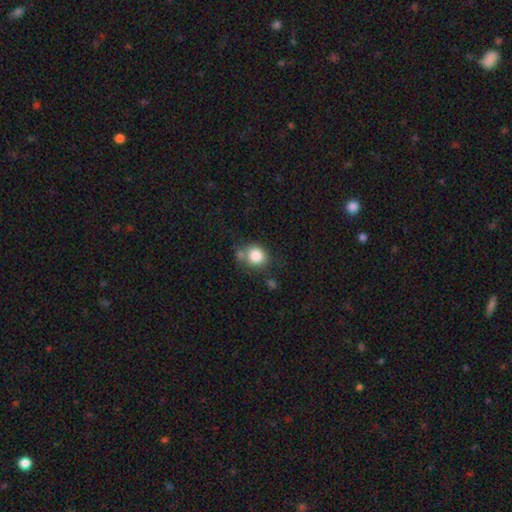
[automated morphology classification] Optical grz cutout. It shows a smooth galaxy with no disk features (83%) that is round (80%). Merging: none (60%).